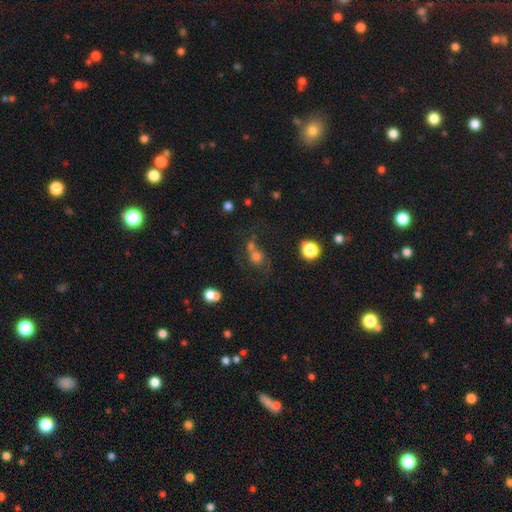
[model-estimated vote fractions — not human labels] This is possibly a smooth galaxy (50%). Merging: marginally none (40%).